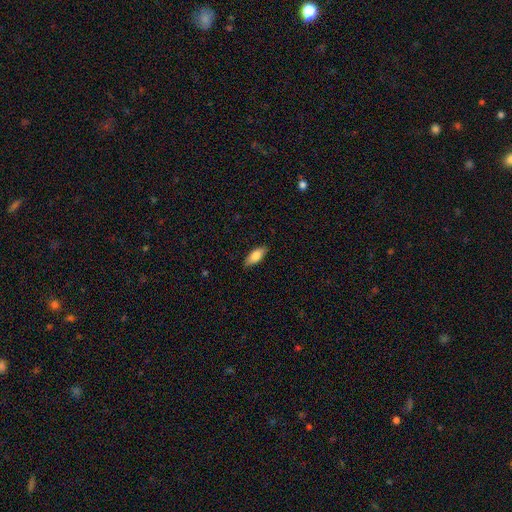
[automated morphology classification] Smooth or featured: smooth — 80% (featured or disk — 14%)
How rounded: in between — 77% (cigar-shaped — 21%)
Merging: none — 86% (minor disturbance — 11%)